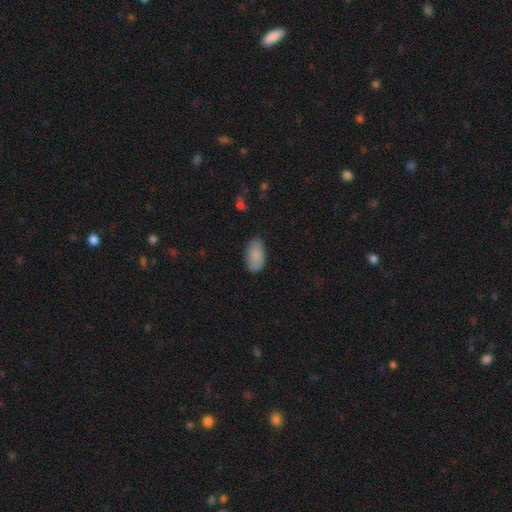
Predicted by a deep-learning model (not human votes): Q: Smooth or featured?
A: smooth (87%); runner-up: featured or disk (7%)
Q: How rounded?
A: in between (95%); runner-up: round (4%)
Q: Merging?
A: none (81%); runner-up: minor disturbance (15%)